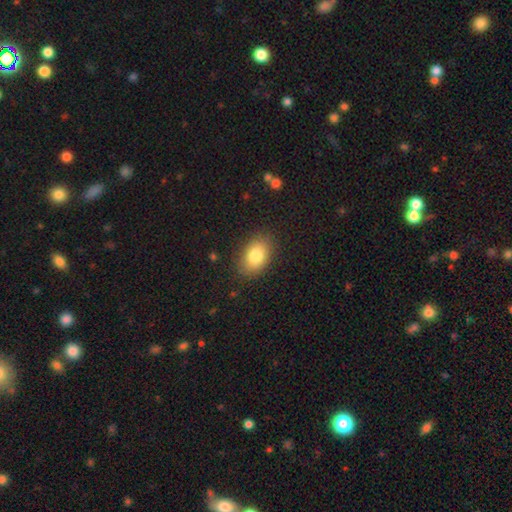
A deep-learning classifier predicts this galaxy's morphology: type=smooth (84%); roundness=in between (87%); merging=none (85%).